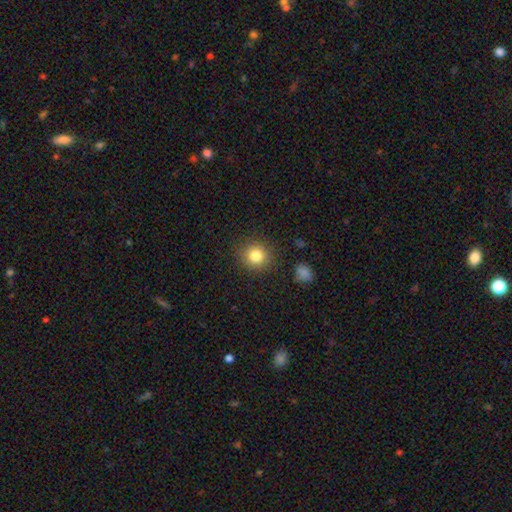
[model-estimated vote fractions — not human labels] smooth 82%, star or artifact 11%, featured or disk 7%. Down the decision tree: how rounded — round (90%); merging — none (89%).